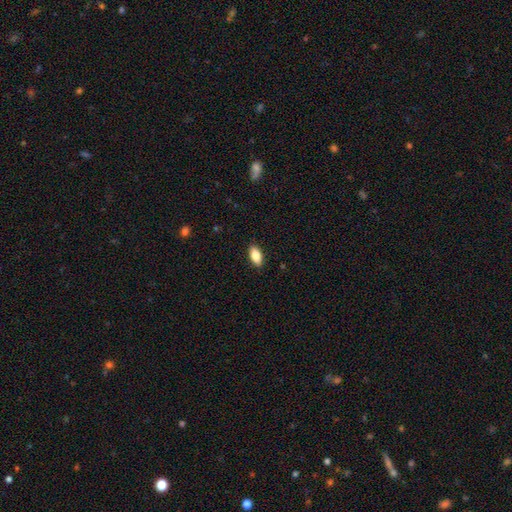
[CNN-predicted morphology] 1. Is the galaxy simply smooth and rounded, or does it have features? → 83% smooth, 10% featured or disk, 7% star or artifact.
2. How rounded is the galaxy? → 88% in between, 9% cigar-shaped, 3% round.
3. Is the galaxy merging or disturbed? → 89% none, 9% minor disturbance, 2% major disturbance, 1% merger.